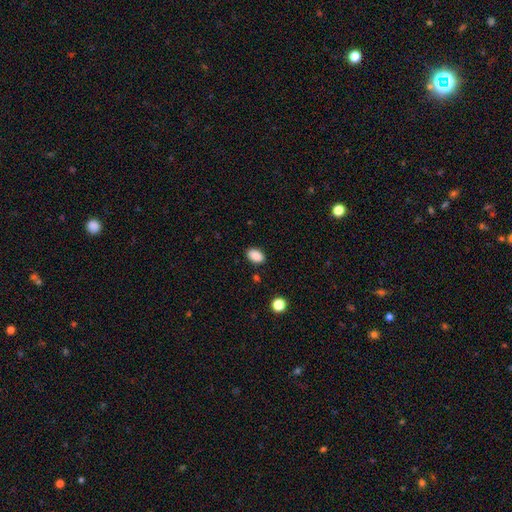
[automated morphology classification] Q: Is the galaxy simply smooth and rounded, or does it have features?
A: smooth — 89%.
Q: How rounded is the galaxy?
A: in between — 87%.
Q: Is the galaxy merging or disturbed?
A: none — 86%.